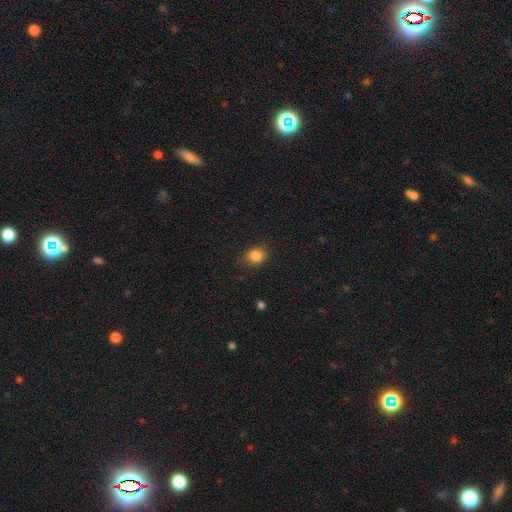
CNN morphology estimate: type=smooth (84%); roundness=round (64%); merging=none (80%).